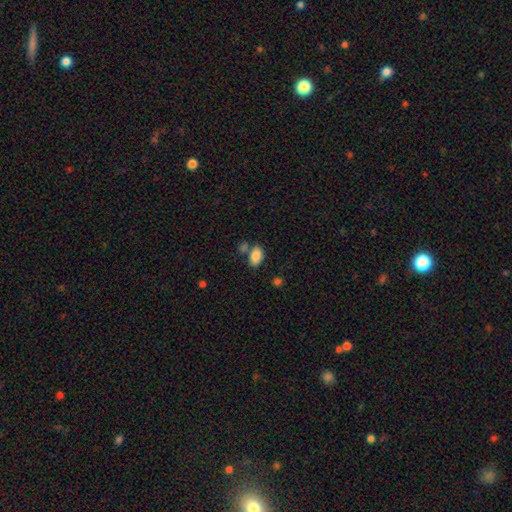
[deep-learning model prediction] Smooth or featured?
  - smooth: 85% *
  - star or artifact: 8%
  - featured or disk: 7%
How rounded?
  - in between: 87% *
  - round: 12%
  - cigar-shaped: 1%
Merging?
  - none: 60% *
  - merger: 21%
  - minor disturbance: 15%
  - major disturbance: 4%